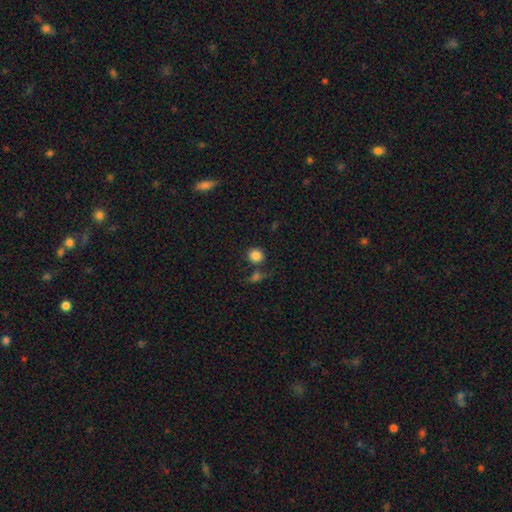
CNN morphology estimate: smooth-or-featured: smooth: 85% | star or artifact: 10% | featured or disk: 6%
  how-rounded: round: 85% | in between: 14% | cigar-shaped: 1%
  merging: none: 72% | merger: 14% | minor disturbance: 10% | major disturbance: 4%